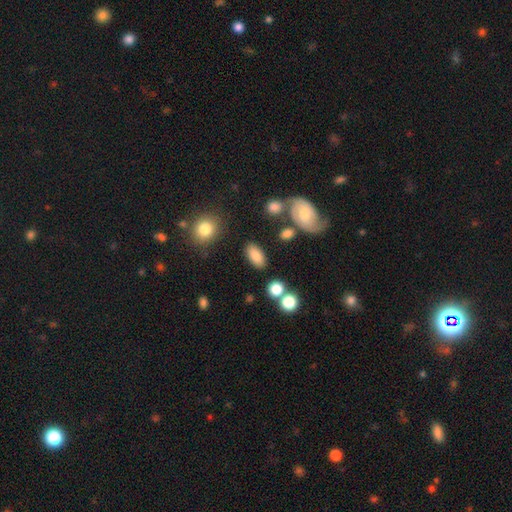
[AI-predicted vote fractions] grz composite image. It shows a smooth galaxy with no disk features (83%) that is in between round and cigar-shaped (91%). Merging: none (81%).